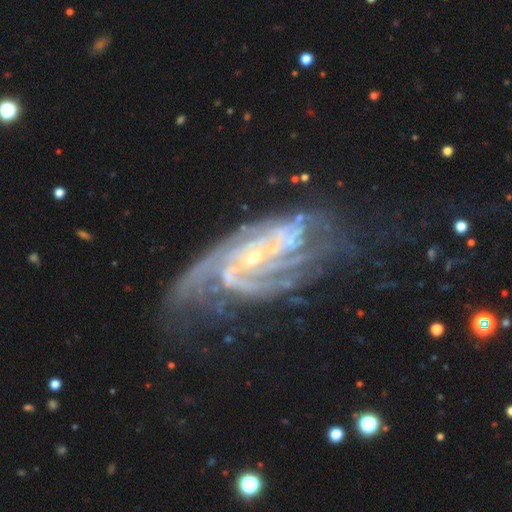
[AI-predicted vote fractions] smooth-or-featured: featured or disk: 89% | star or artifact: 7% | smooth: 5%
  disk-edge-on: no: 95% | yes: 5%
    bar: no: 53% | weak: 32% | strong: 15%
    has-spiral-arms: yes: 97% | no: 3%
      spiral-winding: tight: 52% | medium: 38% | loose: 10%
      spiral-arm-count: 2: 26% | 3: 23% | can't tell: 23% | 4: 13% | more than 4: 8% | 1: 7%
    bulge-size: small: 82% | moderate: 12% | none: 4% | large: 1% | dominant: 1%
  merging: none: 50% | minor disturbance: 24% | major disturbance: 22% | merger: 4%